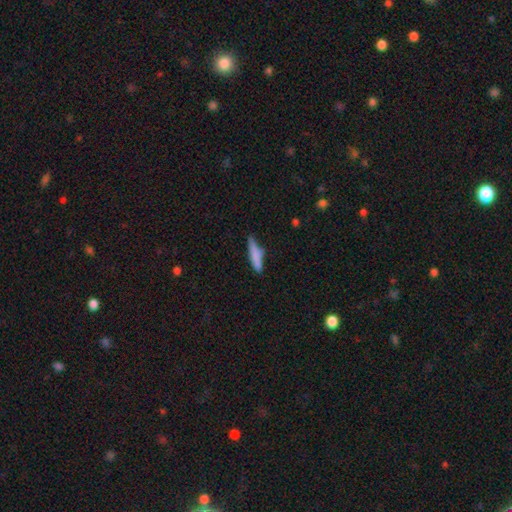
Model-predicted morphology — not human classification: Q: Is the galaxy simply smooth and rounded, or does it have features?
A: smooth — 73%.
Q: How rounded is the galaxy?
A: cigar-shaped — 81%.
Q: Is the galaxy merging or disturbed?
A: none — 58%.